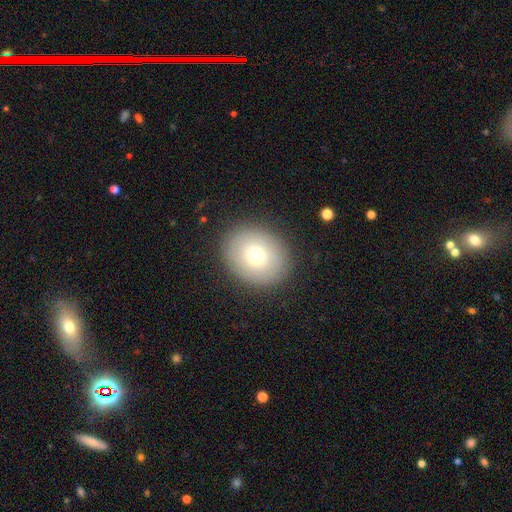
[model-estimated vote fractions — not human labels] Smooth or featured?
  - smooth: 71% *
  - featured or disk: 18%
  - star or artifact: 11%
How rounded?
  - round: 62% *
  - in between: 37%
  - cigar-shaped: 1%
Merging?
  - none: 88% *
  - minor disturbance: 8%
  - major disturbance: 3%
  - merger: 1%